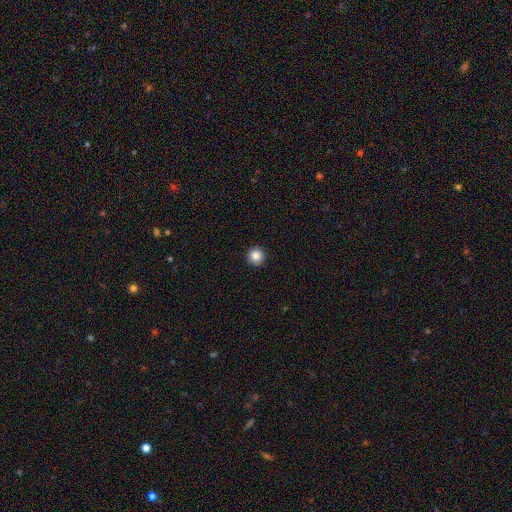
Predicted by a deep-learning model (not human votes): smooth-or-featured: smooth: 86% | star or artifact: 10% | featured or disk: 4%
  how-rounded: round: 96% | in between: 3% | cigar-shaped: 1%
  merging: none: 93% | minor disturbance: 4% | major disturbance: 1% | merger: 1%